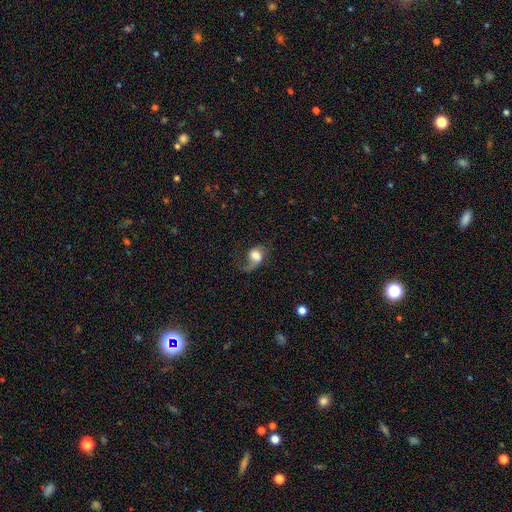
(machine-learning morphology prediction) Q: Smooth or featured?
A: featured or disk (50%); runner-up: smooth (41%)
Q: Edge-on disk?
A: no (96%); runner-up: yes (4%)
Q: Merging?
A: major disturbance (42%); runner-up: none (35%)